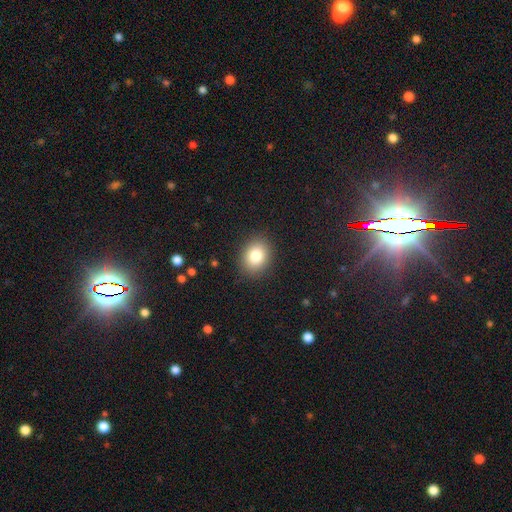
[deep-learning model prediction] smooth 81%, star or artifact 10%, featured or disk 9%. Down the decision tree: how rounded — round (53%); merging — none (88%).